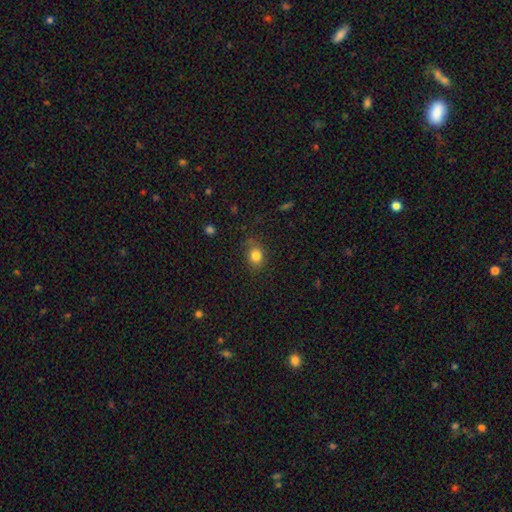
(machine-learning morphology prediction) Smooth or featured? Predicted: smooth (p=0.82). How rounded? Predicted: round (p=0.54). Merging? Predicted: none (p=0.74).